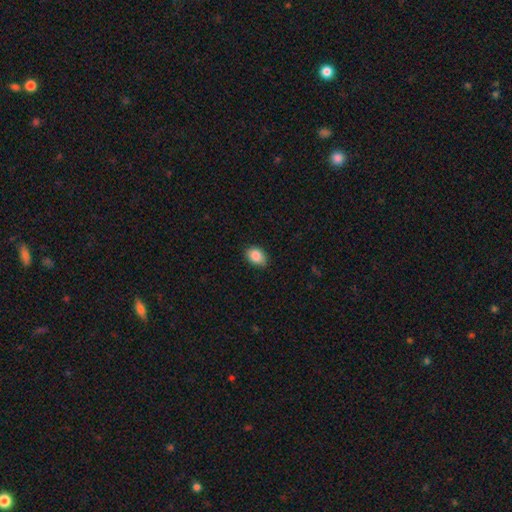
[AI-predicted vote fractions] A smooth galaxy with no disk features (87%) that is in between round and cigar-shaped (73%).

Vote fractions:
- Smooth or featured? smooth: 87% / star or artifact: 8% / featured or disk: 5%
- How rounded? in between: 73% / round: 26% / cigar-shaped: 1%
- Merging? none: 74% / minor disturbance: 22% / major disturbance: 3% / merger: 1%